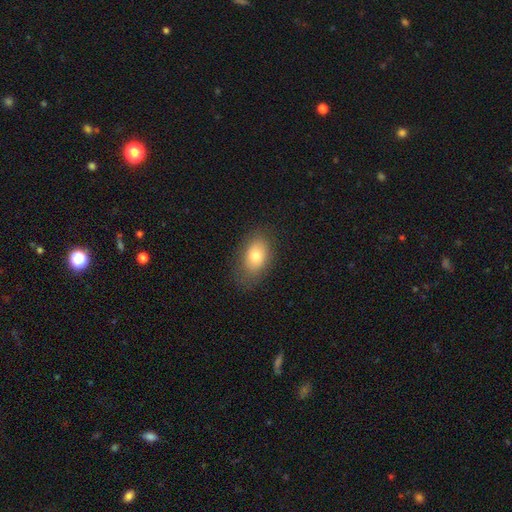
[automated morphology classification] smooth_or_featured: smooth (p=0.76) [alt: featured or disk p=0.16]
how_rounded: in between (p=0.85) [alt: round p=0.13]
merging: none (p=0.76) [alt: minor disturbance p=0.17]